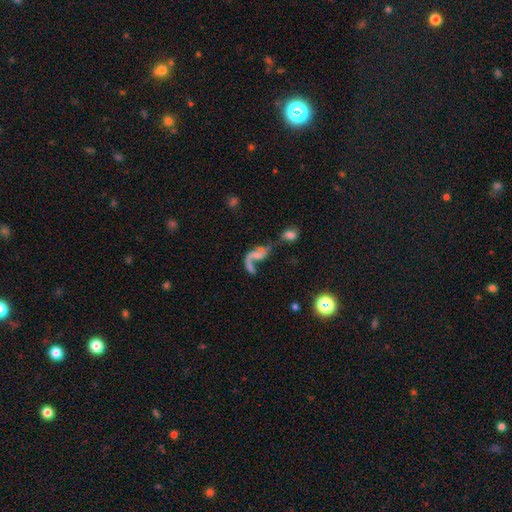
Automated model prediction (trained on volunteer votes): This is likely a featured or disk galaxy (70%). It is clearly not viewed edge-on (96%). Bar: possibly no (59%). Spiral arm pattern: likely yes (80%). Spiral arm count: possibly 2 (58%). Spiral winding: clearly loose (81%). Central bulge: possibly none (46%). Merging: marginally merger (35%).